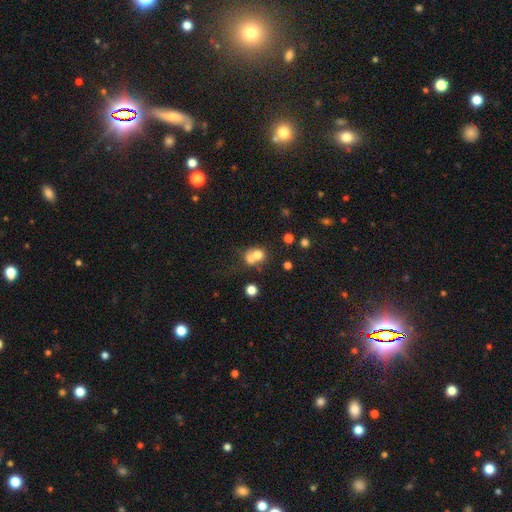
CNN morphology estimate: smooth_or_featured: smooth (p=0.69) [alt: featured or disk p=0.18]
how_rounded: round (p=0.72) [alt: in between p=0.27]
merging: merger (p=0.63) [alt: none p=0.26]